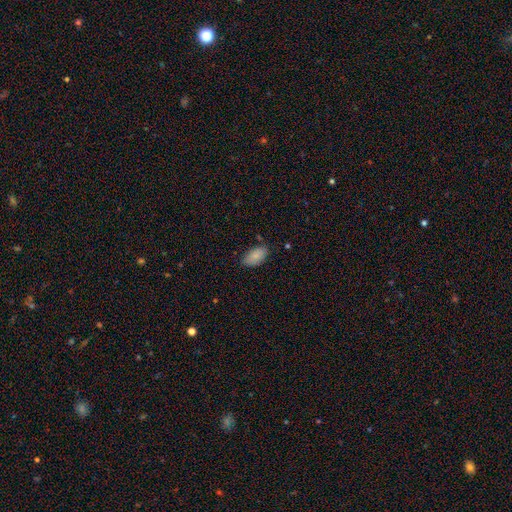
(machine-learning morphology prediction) Smooth or featured?
  - smooth: 86% *
  - star or artifact: 7%
  - featured or disk: 6%
How rounded?
  - in between: 94% *
  - cigar-shaped: 3%
  - round: 3%
Merging?
  - none: 75% *
  - minor disturbance: 20%
  - major disturbance: 4%
  - merger: 2%